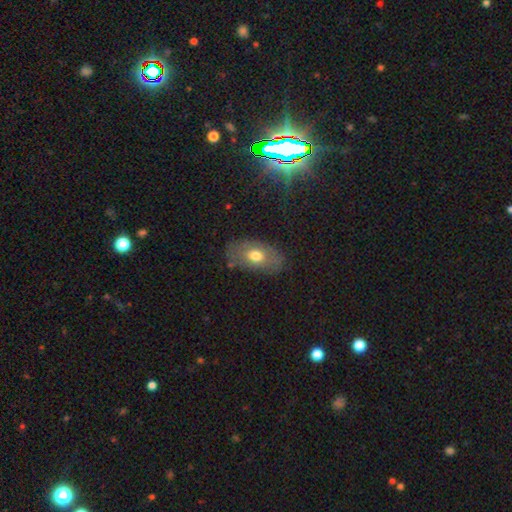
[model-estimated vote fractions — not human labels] Overall: smooth (61%; featured or disk 31%). How rounded: in between (90%). Merging: none (76%).